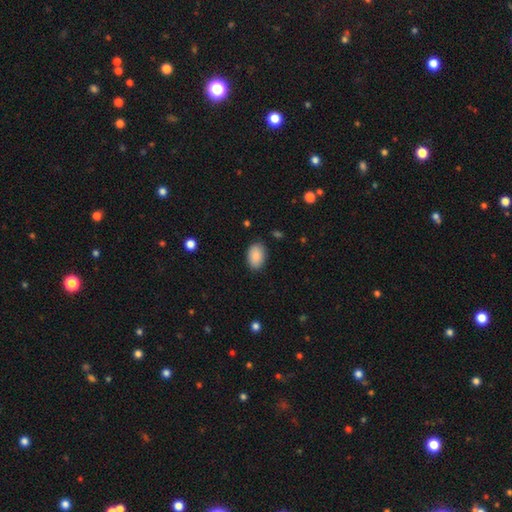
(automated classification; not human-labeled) A smooth galaxy with no disk features (88%) that is in between round and cigar-shaped (88%). Merging: none (84%).